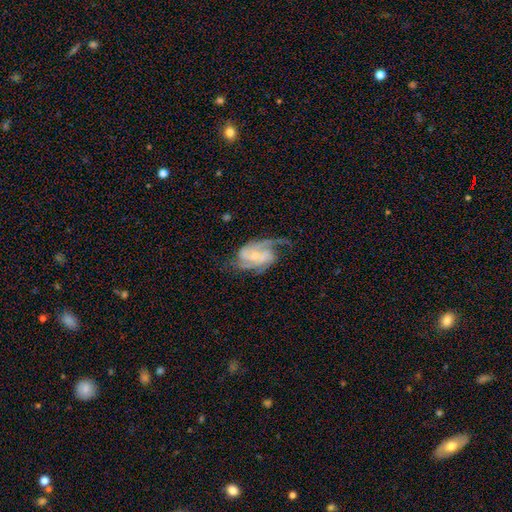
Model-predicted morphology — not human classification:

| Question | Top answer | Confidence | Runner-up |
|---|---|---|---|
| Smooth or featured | featured or disk | 88% | smooth (7%) |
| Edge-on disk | no | 97% | yes (3%) |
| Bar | no | 52% | weak (36%) |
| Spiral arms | yes | 97% | no (3%) |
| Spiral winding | medium | 51% | tight (27%) |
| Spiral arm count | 2 | 57% | 3 (22%) |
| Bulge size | small | 68% | moderate (22%) |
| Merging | none | 63% | minor disturbance (20%) |